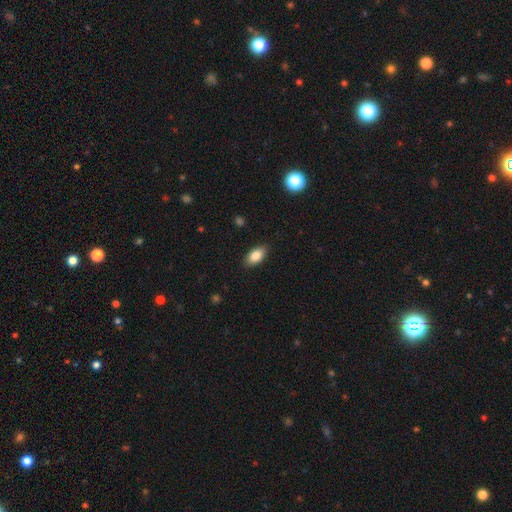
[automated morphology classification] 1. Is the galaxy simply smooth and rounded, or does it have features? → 85% smooth, 8% featured or disk, 7% star or artifact.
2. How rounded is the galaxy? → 92% in between, 4% round, 4% cigar-shaped.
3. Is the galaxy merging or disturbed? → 88% none, 9% minor disturbance, 2% major disturbance, 1% merger.